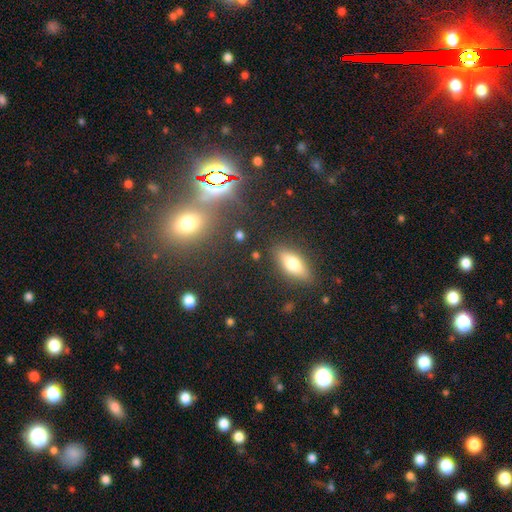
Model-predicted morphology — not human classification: smooth-or-featured: smooth: 49% | featured or disk: 27% | star or artifact: 24%
  merging: none: 86% | minor disturbance: 8% | major disturbance: 3% | merger: 3%